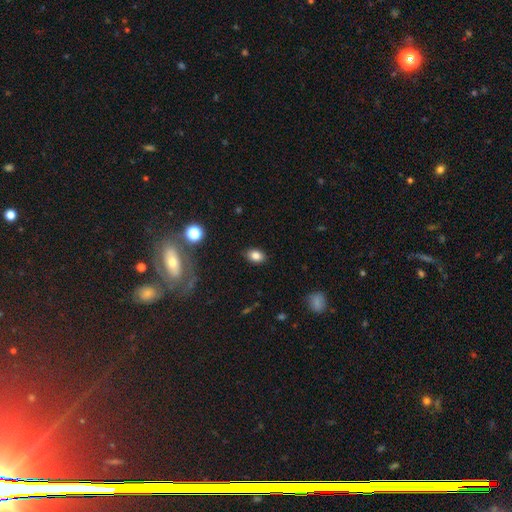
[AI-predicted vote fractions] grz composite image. It shows a smooth galaxy with no disk features (82%) that is in between round and cigar-shaped (81%). Merging: none (87%).